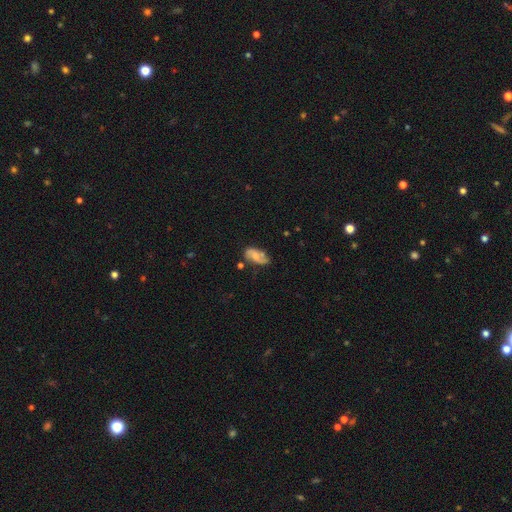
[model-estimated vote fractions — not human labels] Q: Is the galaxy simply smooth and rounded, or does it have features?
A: featured or disk — 54%.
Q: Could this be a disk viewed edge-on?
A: no — 94%.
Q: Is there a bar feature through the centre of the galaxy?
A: no — 58%.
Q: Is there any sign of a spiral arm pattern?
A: yes — 84%.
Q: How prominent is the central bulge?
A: small — 45%.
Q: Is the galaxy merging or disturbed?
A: none — 59%.